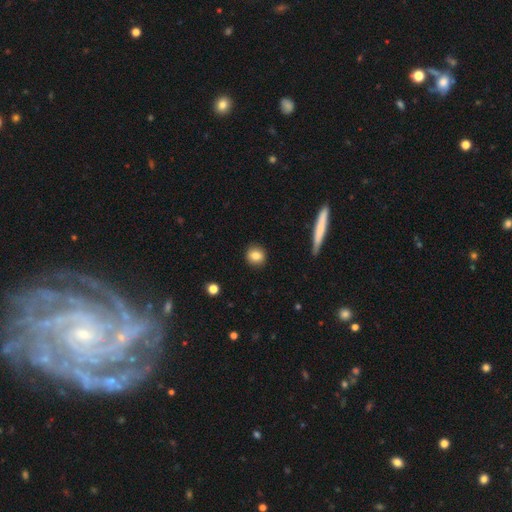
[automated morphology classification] smooth_or_featured: smooth (p=0.81) [alt: featured or disk p=0.10]
how_rounded: round (p=0.83) [alt: in between p=0.15]
merging: none (p=0.90) [alt: minor disturbance p=0.07]